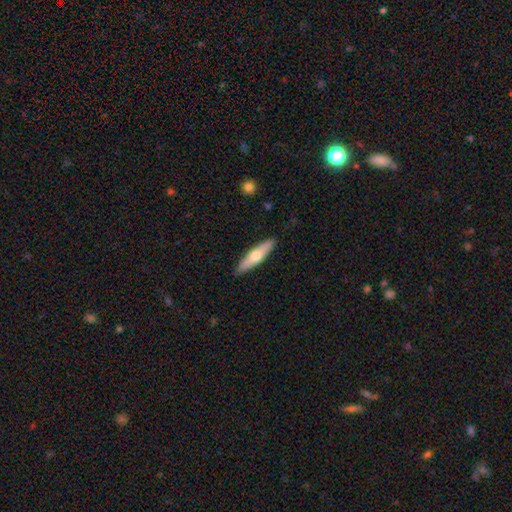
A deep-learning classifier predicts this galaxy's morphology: The model was most divided on "smooth or featured": smooth: 53%, featured or disk: 41%, star or artifact: 5%. More confident: merging — none (89%); how rounded — cigar-shaped (71%).